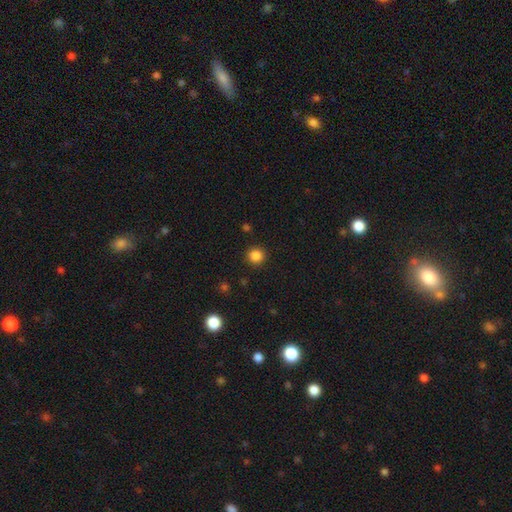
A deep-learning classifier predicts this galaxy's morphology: Smooth or featured? Predicted: smooth (p=0.85). How rounded? Predicted: round (p=0.94). Merging? Predicted: none (p=0.91).